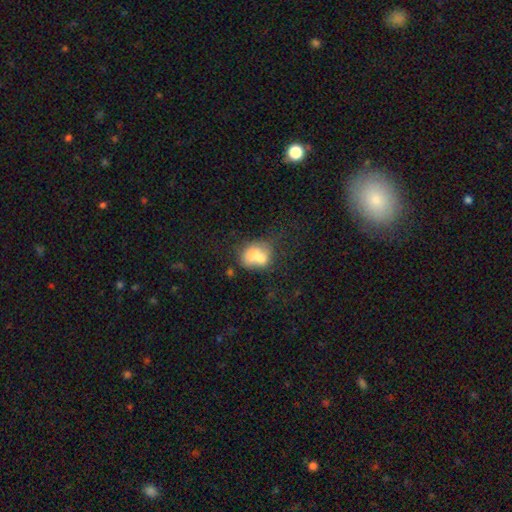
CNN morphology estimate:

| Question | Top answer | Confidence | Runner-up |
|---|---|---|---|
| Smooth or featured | smooth | 65% | featured or disk (26%) |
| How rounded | in between | 50% | round (49%) |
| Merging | merger | 63% | none (22%) |